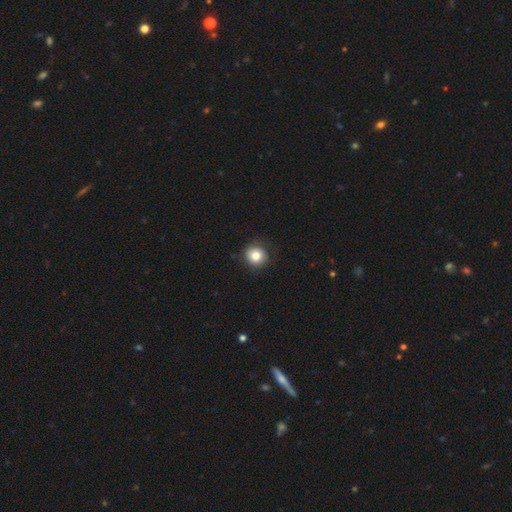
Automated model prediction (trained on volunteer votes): A smooth galaxy with no disk features (82%) that is round (90%). Merging: none (84%).